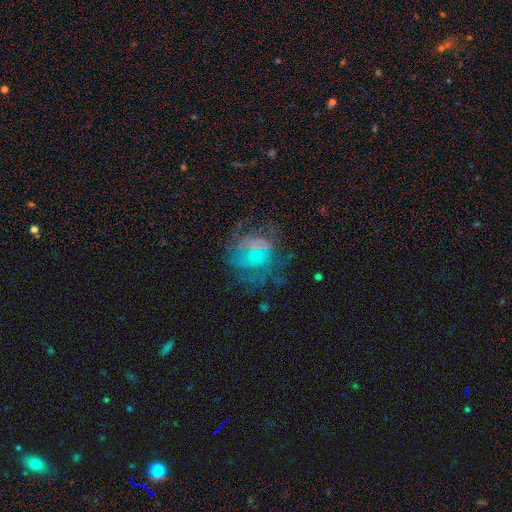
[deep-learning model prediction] featured or disk 58%, smooth 25%, star or artifact 17%. Down the decision tree: edge-on disk — no (98%); bar — no (72%); spiral arms — yes (59%); bulge size — small (39%); merging — none (52%).